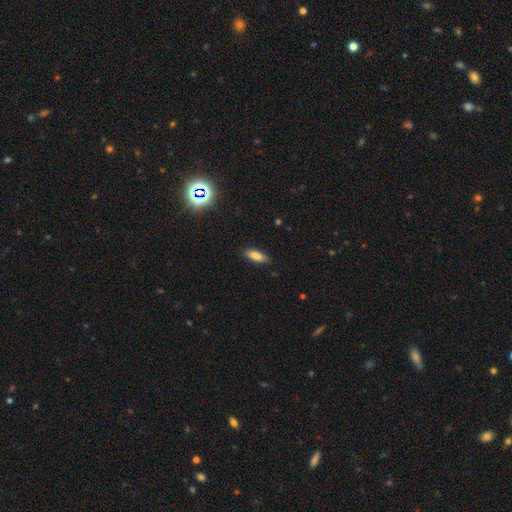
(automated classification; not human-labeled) smooth 80%, featured or disk 11%, star or artifact 9%. Down the decision tree: how rounded — in between (64%); merging — none (86%).